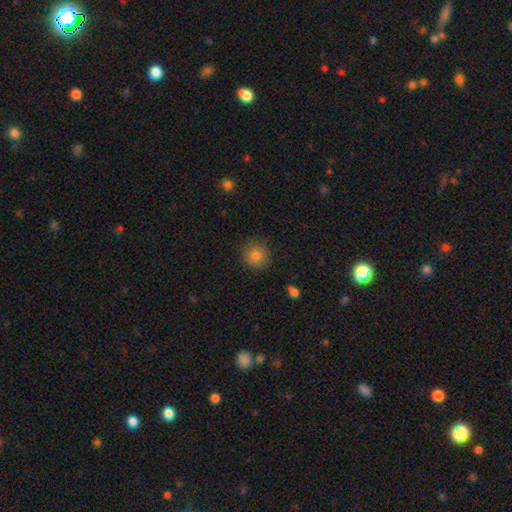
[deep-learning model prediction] Smooth or featured? Predicted: smooth (p=0.82). How rounded? Predicted: round (p=0.92). Merging? Predicted: none (p=0.87).